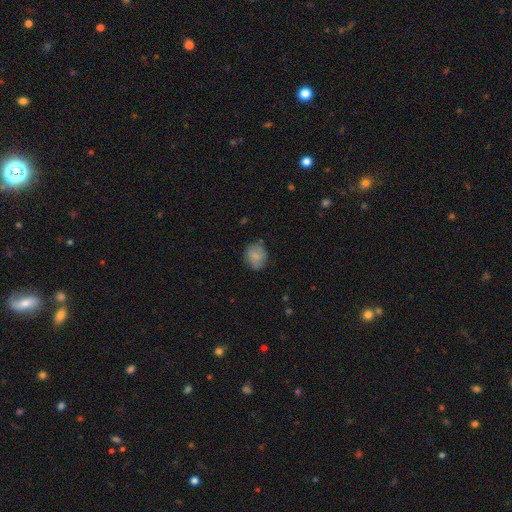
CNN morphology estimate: The model was most divided on "how rounded": round: 60%, in between: 39%, cigar-shaped: 1%. More confident: smooth or featured — smooth (79%); merging — none (74%).